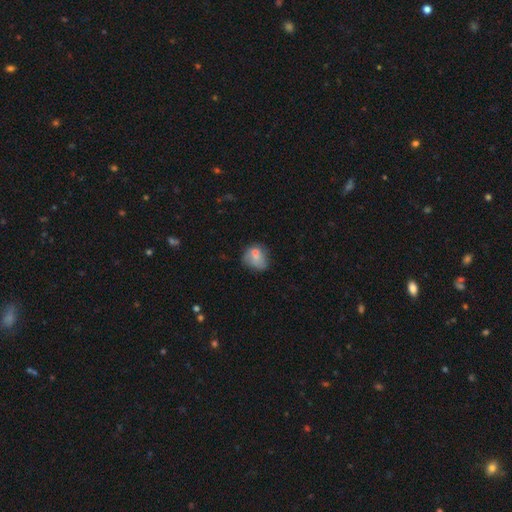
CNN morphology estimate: The model was most divided on "how rounded": round: 54%, in between: 45%, cigar-shaped: 1%. Remaining: smooth or featured — smooth (65%); merging — none (37%).